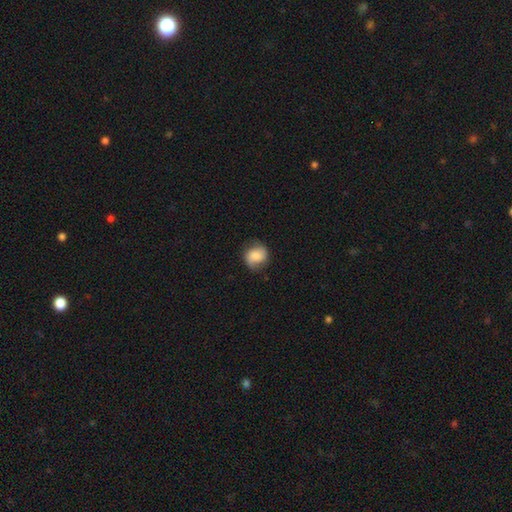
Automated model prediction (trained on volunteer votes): A smooth galaxy with no disk features (60%) that is round (72%). Merging: none (72%).